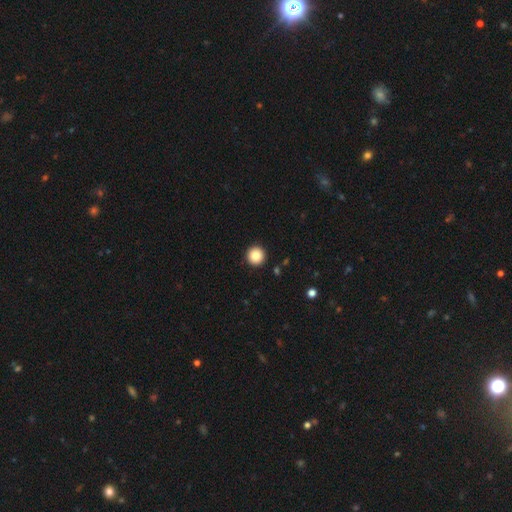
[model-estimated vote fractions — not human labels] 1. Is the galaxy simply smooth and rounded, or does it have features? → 85% smooth, 9% star or artifact, 5% featured or disk.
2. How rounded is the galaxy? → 96% round, 3% in between, 1% cigar-shaped.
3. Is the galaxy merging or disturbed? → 93% none, 4% minor disturbance, 1% major disturbance, 1% merger.